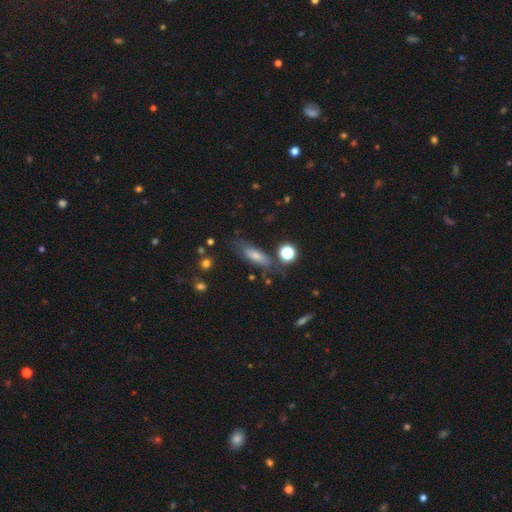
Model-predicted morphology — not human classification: Smooth or featured? Predicted: smooth (p=0.68). How rounded? Predicted: in between (p=0.55). Merging? Predicted: none (p=0.65).